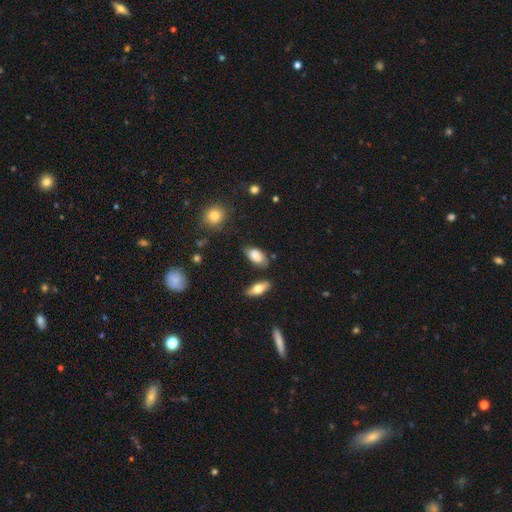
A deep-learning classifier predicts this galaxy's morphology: smooth-or-featured: smooth: 78% | featured or disk: 14% | star or artifact: 8%
  how-rounded: in between: 92% | cigar-shaped: 5% | round: 3%
  merging: none: 67% | minor disturbance: 23% | merger: 5% | major disturbance: 5%